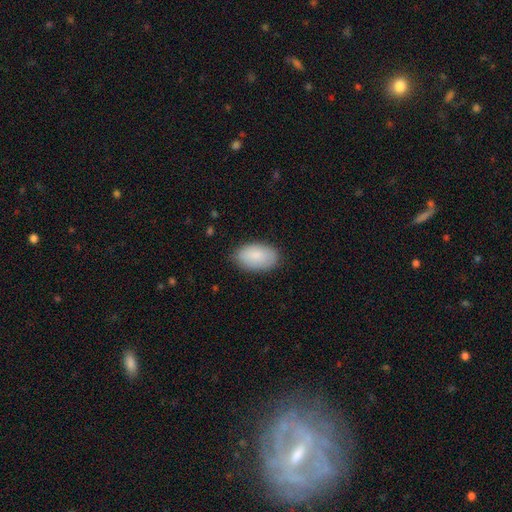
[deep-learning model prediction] A smooth galaxy with no disk features (86%) that is in between round and cigar-shaped (94%).

Vote fractions:
- Smooth or featured? smooth: 86% / featured or disk: 8% / star or artifact: 6%
- How rounded? in between: 94% / round: 5% / cigar-shaped: 1%
- Merging? none: 82% / minor disturbance: 14% / major disturbance: 3% / merger: 1%